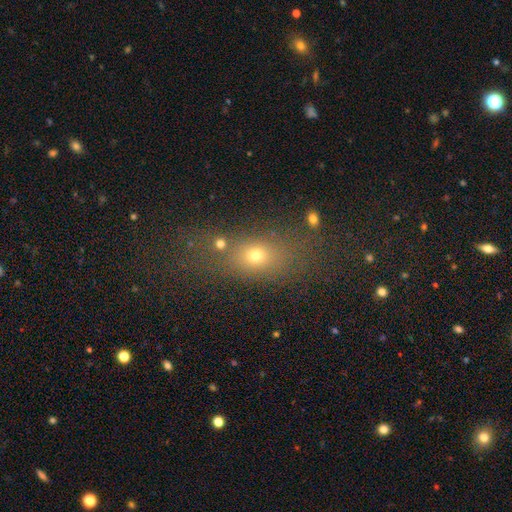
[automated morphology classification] Q: Smooth or featured?
A: smooth (66%); runner-up: star or artifact (20%)
Q: How rounded?
A: in between (62%); runner-up: round (29%)
Q: Merging?
A: none (60%); runner-up: merger (14%)